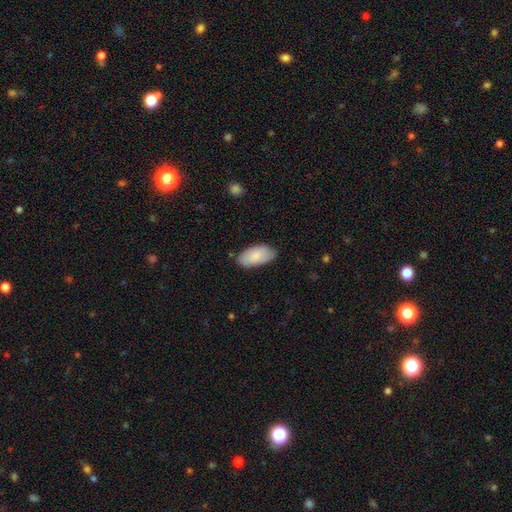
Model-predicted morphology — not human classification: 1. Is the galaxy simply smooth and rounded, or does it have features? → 83% smooth, 11% featured or disk, 6% star or artifact.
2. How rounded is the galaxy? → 95% in between, 3% cigar-shaped, 2% round.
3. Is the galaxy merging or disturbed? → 77% none, 19% minor disturbance, 3% major disturbance, 1% merger.